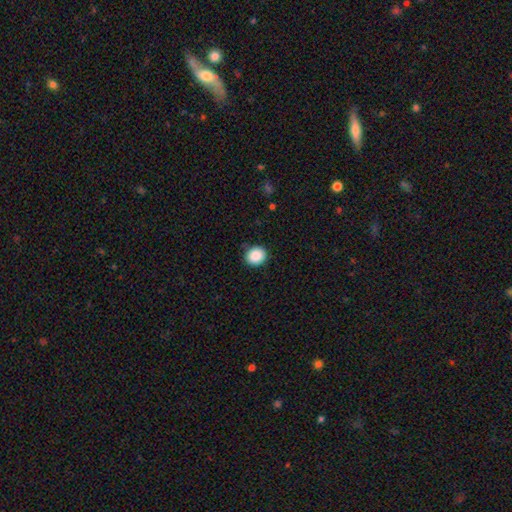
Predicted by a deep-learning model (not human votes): Smooth or featured?
  - smooth: 89% *
  - star or artifact: 9%
  - featured or disk: 3%
How rounded?
  - round: 80% *
  - in between: 19%
  - cigar-shaped: 1%
Merging?
  - none: 87% *
  - minor disturbance: 9%
  - major disturbance: 2%
  - merger: 1%